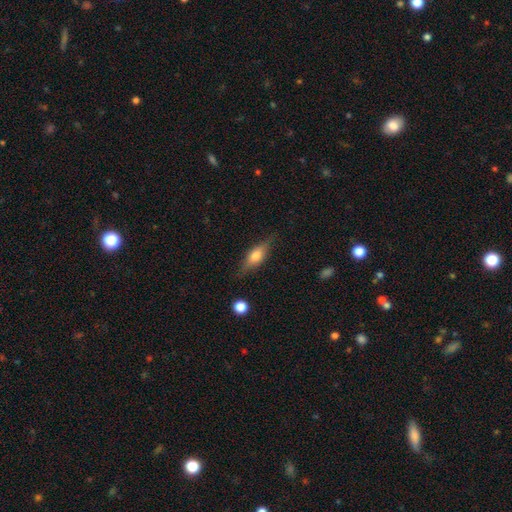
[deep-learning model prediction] This is possibly a smooth galaxy (56%). How rounded: possibly in between (57%). Merging: likely none (78%).